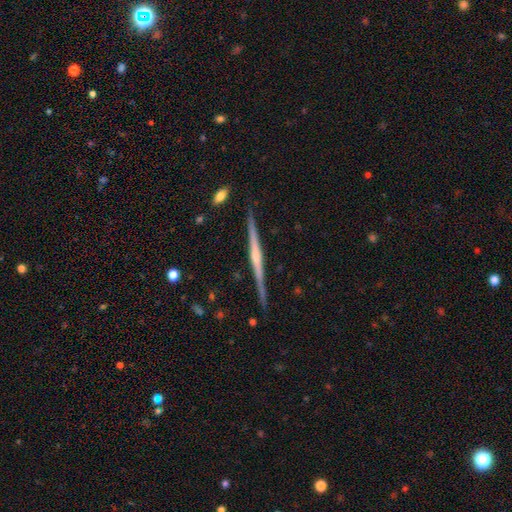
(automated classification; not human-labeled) featured or disk 80%, smooth 14%, star or artifact 5%. Down the decision tree: edge-on disk — yes (98%); edge-on bulge — rounded (57%); merging — none (89%).